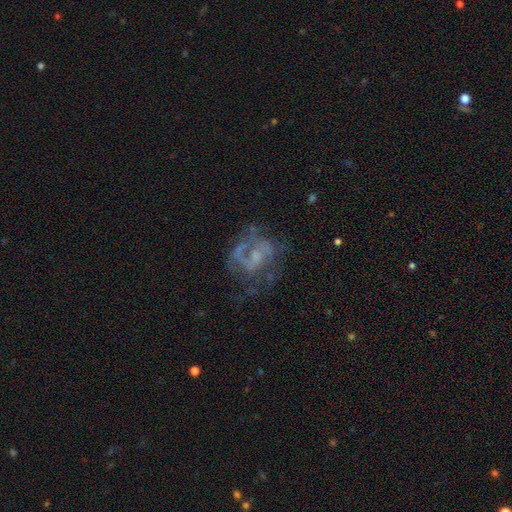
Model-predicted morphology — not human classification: Smooth or featured?
  - featured or disk: 75% *
  - smooth: 14%
  - star or artifact: 12%
Edge-on disk?
  - no: 98% *
  - yes: 2%
Bar?
  - no: 60% *
  - weak: 33%
  - strong: 7%
Spiral arms?
  - yes: 70% *
  - no: 30%
Spiral winding?
  - medium: 46% *
  - tight: 28%
  - loose: 26%
Spiral arm count?
  - 2: 47% *
  - can't tell: 28%
  - 1: 11%
  - 3: 9%
  - 4: 3%
  - more than 4: 3%
Bulge size?
  - small: 40% *
  - moderate: 28%
  - none: 27%
  - large: 3%
  - dominant: 1%
Merging?
  - none: 50% *
  - major disturbance: 27%
  - minor disturbance: 19%
  - merger: 3%